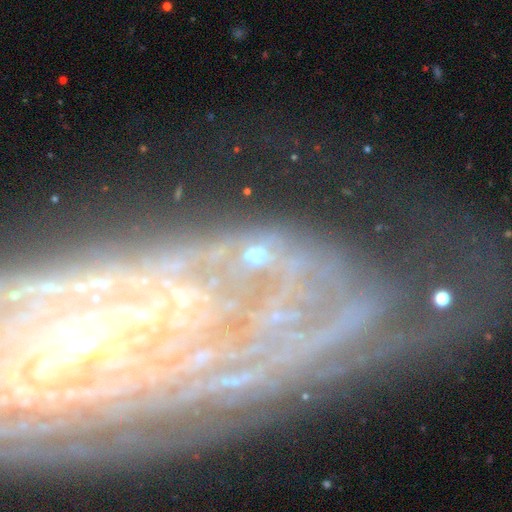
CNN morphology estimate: Smooth or featured? Predicted: featured or disk (p=0.52). Edge-on disk? Predicted: no (p=0.94). Merging? Predicted: none (p=0.34).